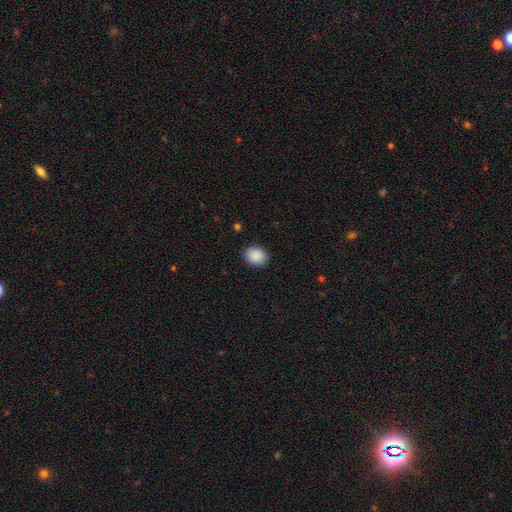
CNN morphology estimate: Q: Smooth or featured?
A: smooth (89%); runner-up: star or artifact (8%)
Q: How rounded?
A: round (55%); runner-up: in between (45%)
Q: Merging?
A: none (89%); runner-up: minor disturbance (8%)